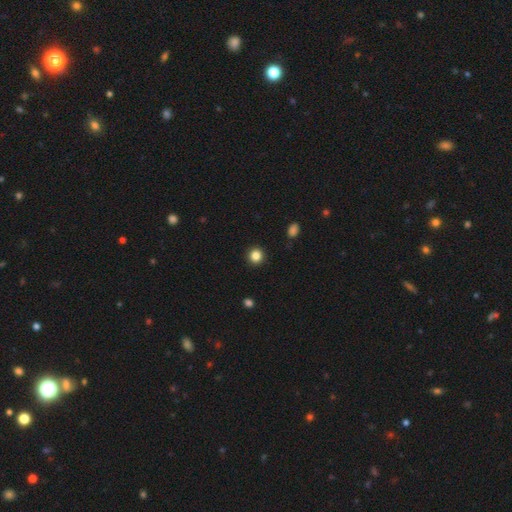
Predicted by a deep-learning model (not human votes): Smooth or featured: smooth — 84% (star or artifact — 11%)
How rounded: round — 92% (in between — 7%)
Merging: none — 92% (minor disturbance — 5%)